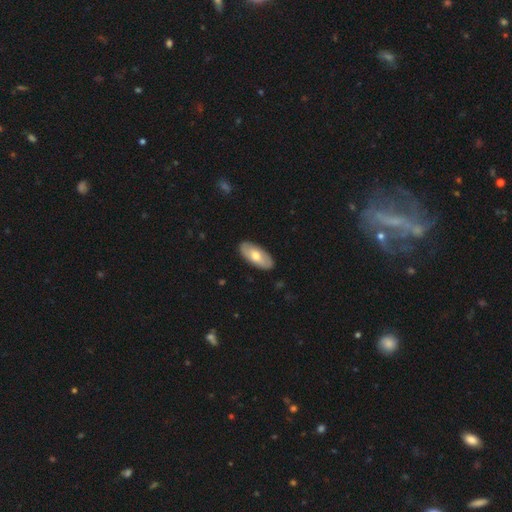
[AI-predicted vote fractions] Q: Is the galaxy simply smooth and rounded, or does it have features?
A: smooth — 65%.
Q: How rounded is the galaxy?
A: in between — 89%.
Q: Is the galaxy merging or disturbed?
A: none — 89%.